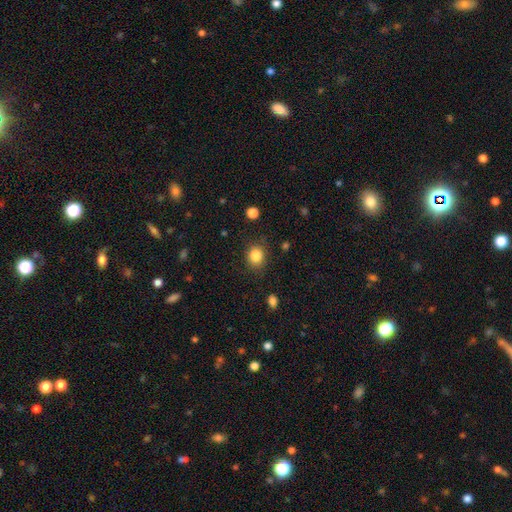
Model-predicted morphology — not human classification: smooth_or_featured: smooth (p=0.85) [alt: star or artifact p=0.10]
how_rounded: round (p=0.68) [alt: in between p=0.31]
merging: none (p=0.84) [alt: minor disturbance p=0.11]